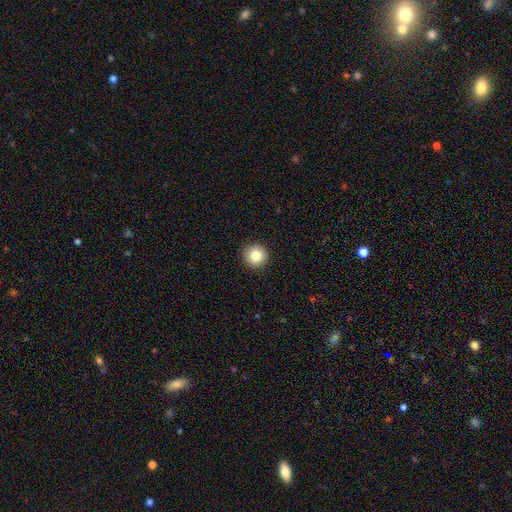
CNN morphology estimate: A smooth galaxy with no disk features (84%) that is round (96%). Merging: none (93%).